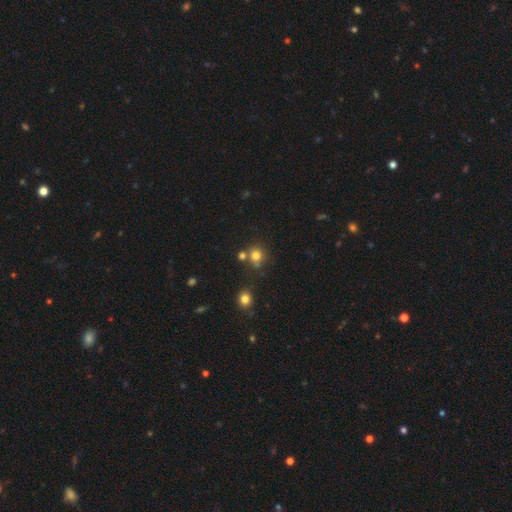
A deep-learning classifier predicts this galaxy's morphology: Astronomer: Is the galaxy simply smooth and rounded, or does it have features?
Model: smooth — 77%.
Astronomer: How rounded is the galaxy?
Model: round — 85%.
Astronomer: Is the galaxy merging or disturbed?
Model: none — 65%.